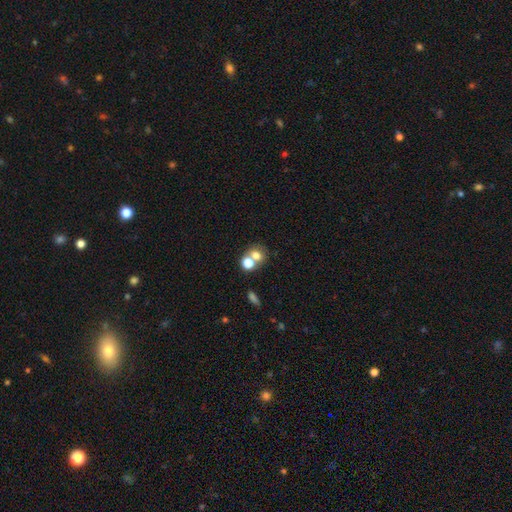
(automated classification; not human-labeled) Smooth or featured?
  - smooth: 70% *
  - featured or disk: 16%
  - star or artifact: 14%
How rounded?
  - round: 68% *
  - in between: 31%
  - cigar-shaped: 1%
Merging?
  - merger: 50% *
  - none: 40%
  - minor disturbance: 7%
  - major disturbance: 4%